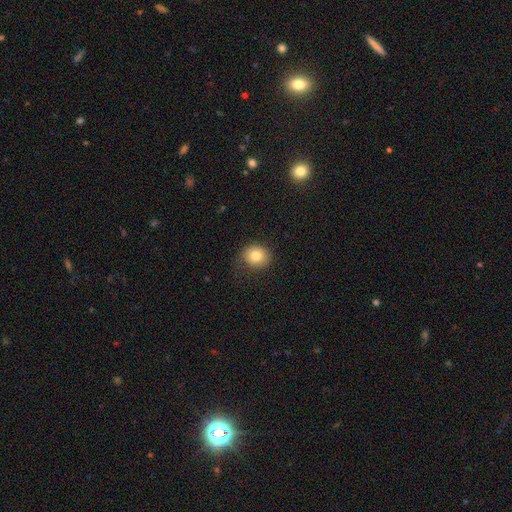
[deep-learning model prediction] Q: Smooth or featured?
A: smooth (79%); runner-up: featured or disk (11%)
Q: How rounded?
A: round (73%); runner-up: in between (26%)
Q: Merging?
A: none (75%); runner-up: minor disturbance (18%)